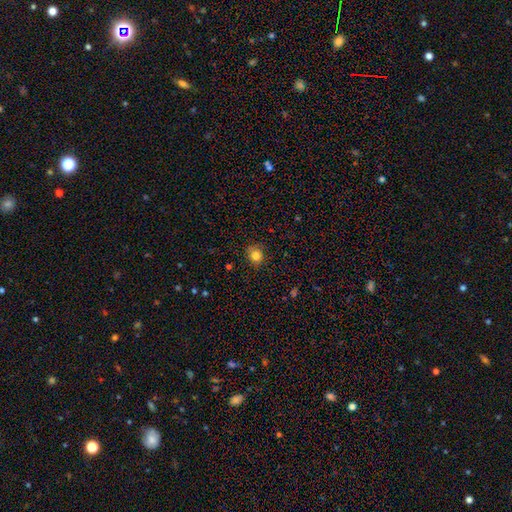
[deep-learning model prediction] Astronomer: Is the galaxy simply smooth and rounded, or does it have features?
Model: smooth — 82%.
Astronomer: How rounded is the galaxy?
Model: round — 82%.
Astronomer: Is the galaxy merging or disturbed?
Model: none — 83%.